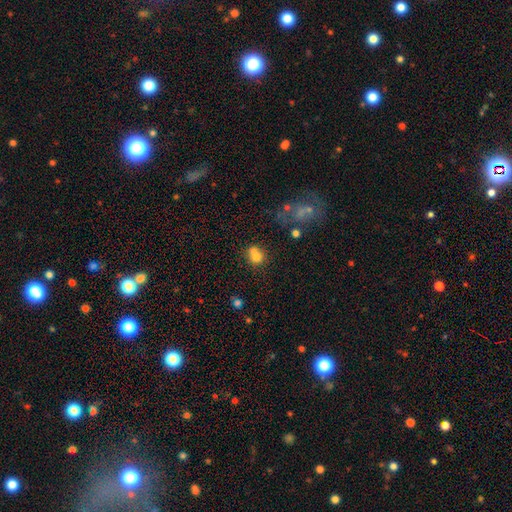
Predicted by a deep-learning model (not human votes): A smooth galaxy with no disk features (71%) that is round (70%). Merging: merger (51%).